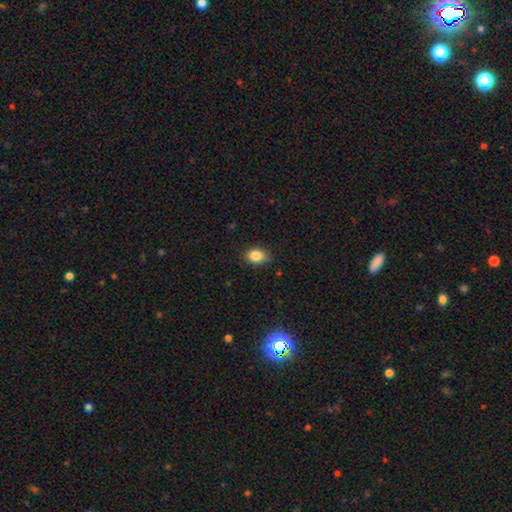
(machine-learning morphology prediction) smooth 84%, star or artifact 10%, featured or disk 6%. Down the decision tree: how rounded — in between (57%); merging — none (72%).